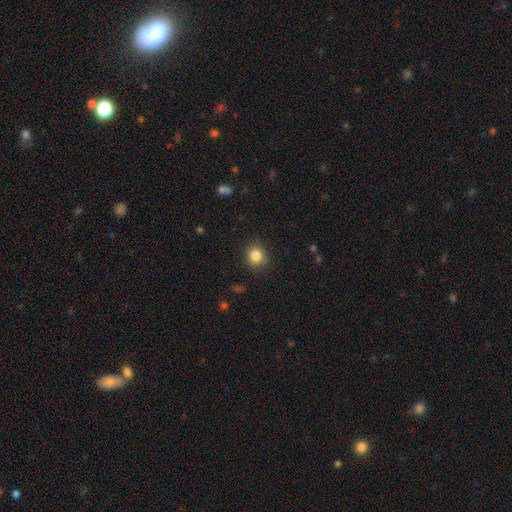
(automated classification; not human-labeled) smooth_or_featured: smooth (p=0.85) [alt: star or artifact p=0.11]
how_rounded: round (p=0.86) [alt: in between p=0.13]
merging: none (p=0.87) [alt: minor disturbance p=0.09]